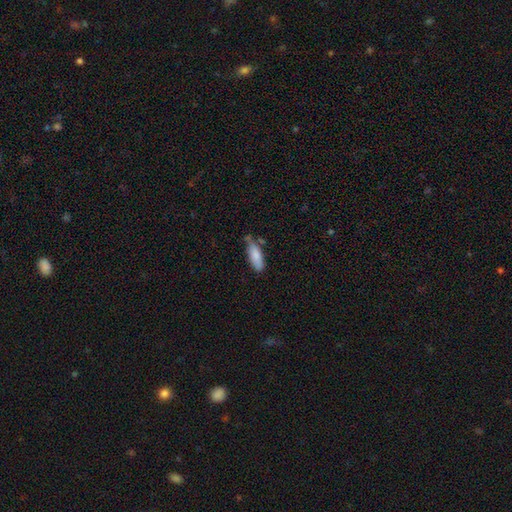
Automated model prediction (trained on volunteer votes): Smooth or featured? smooth (83%)
How rounded? in between (63%)
Merging? none (53%)